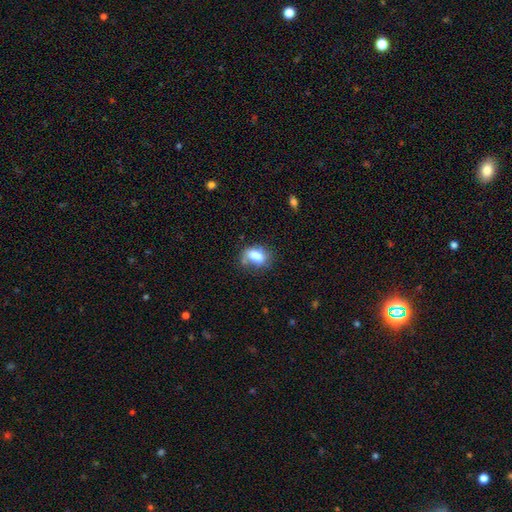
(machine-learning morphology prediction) Smooth or featured: smooth — 77% (featured or disk — 14%)
How rounded: in between — 80% (round — 18%)
Merging: none — 51% (minor disturbance — 30%)